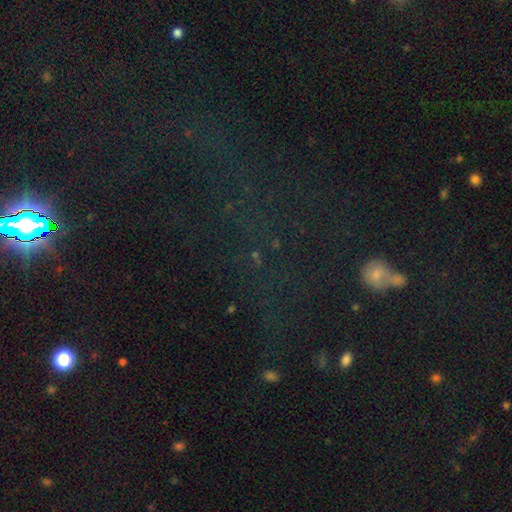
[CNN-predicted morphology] This is likely a star or artifact rather than a galaxy (62%).